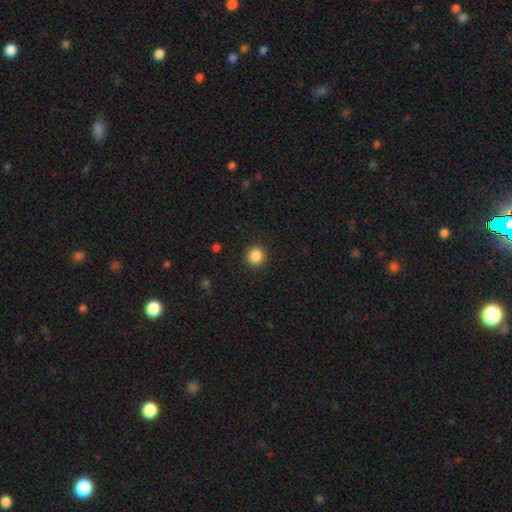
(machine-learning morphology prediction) This is clearly a smooth galaxy (87%). How rounded: clearly round (93%). Merging: clearly none (91%).